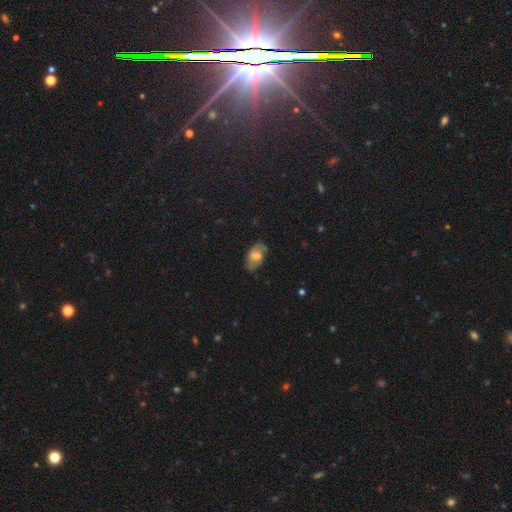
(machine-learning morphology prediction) A smooth galaxy with no disk features (46%). Merging: none (64%).